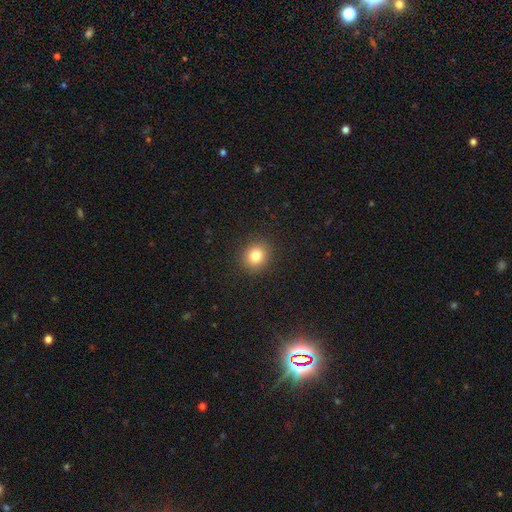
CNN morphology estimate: A smooth galaxy with no disk features (81%) that is round (83%).

Vote fractions:
- Smooth or featured? smooth: 81% / star or artifact: 12% / featured or disk: 7%
- How rounded? round: 83% / in between: 16% / cigar-shaped: 1%
- Merging? none: 91% / minor disturbance: 6% / major disturbance: 2% / merger: 1%